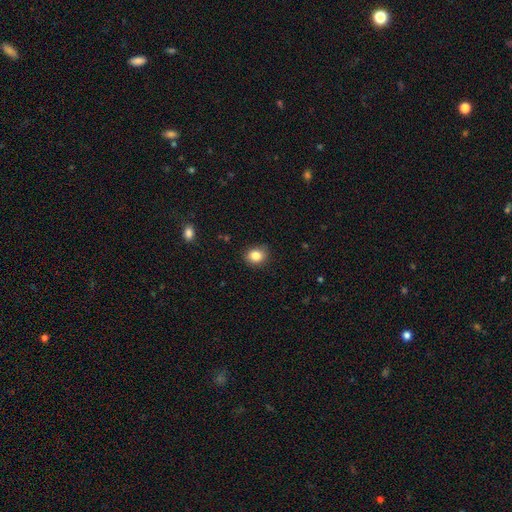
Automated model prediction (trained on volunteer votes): smooth_or_featured: smooth (p=0.84) [alt: star or artifact p=0.10]
how_rounded: round (p=0.65) [alt: in between p=0.34]
merging: none (p=0.86) [alt: minor disturbance p=0.10]